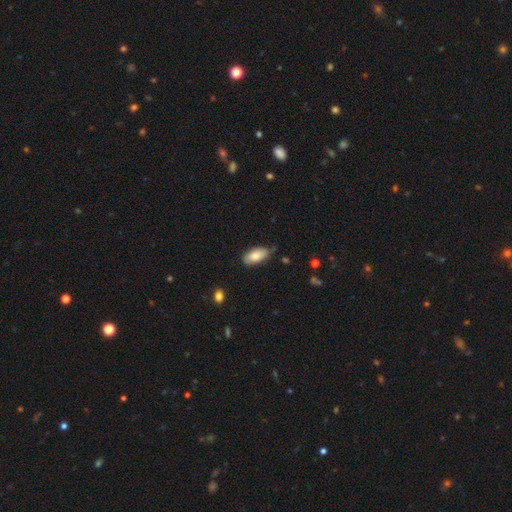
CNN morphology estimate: smooth 81%, featured or disk 13%, star or artifact 6%. Down the decision tree: how rounded — in between (91%); merging — none (61%).